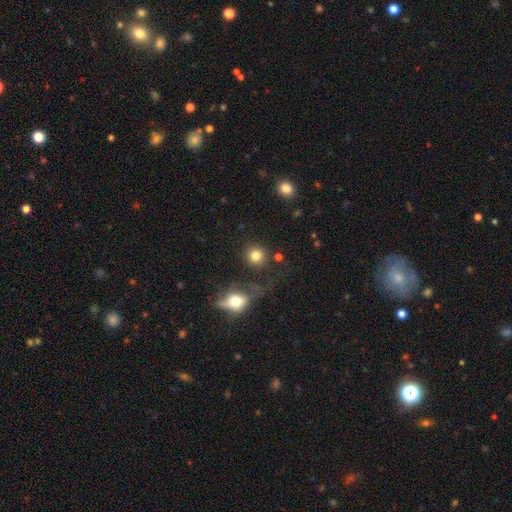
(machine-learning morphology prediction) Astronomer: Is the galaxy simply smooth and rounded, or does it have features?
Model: smooth — 81%.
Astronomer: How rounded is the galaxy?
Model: round — 91%.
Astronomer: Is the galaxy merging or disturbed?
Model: none — 78%.